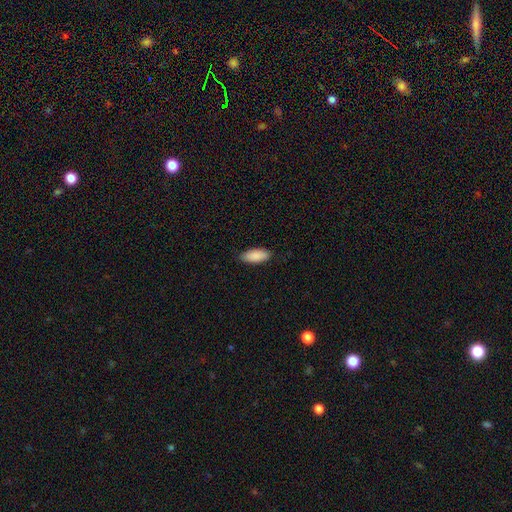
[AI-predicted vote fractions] This appears to be a smooth galaxy with no disk features (90%) that is in between round and cigar-shaped (82%). Merging: none (86%).